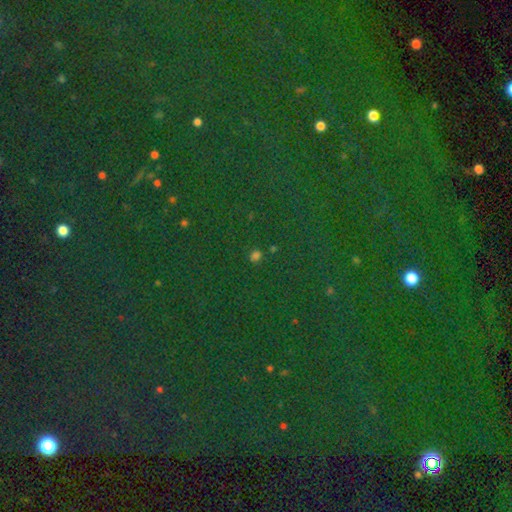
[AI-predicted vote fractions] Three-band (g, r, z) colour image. It shows a star or artifact, not a galaxy (74%).